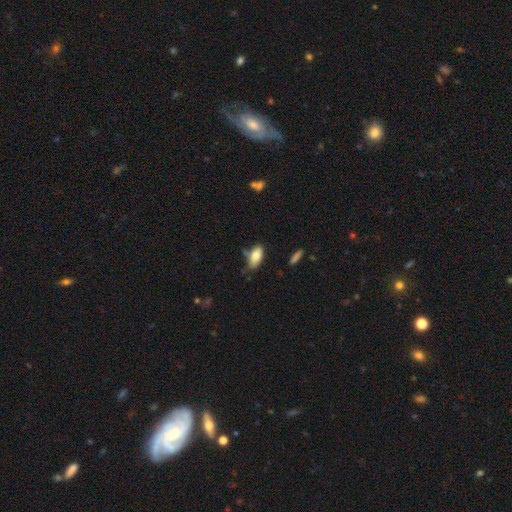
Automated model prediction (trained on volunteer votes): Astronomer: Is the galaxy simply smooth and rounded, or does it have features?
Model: smooth — 82%.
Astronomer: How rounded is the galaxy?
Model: in between — 90%.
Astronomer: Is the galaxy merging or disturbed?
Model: none — 57%.